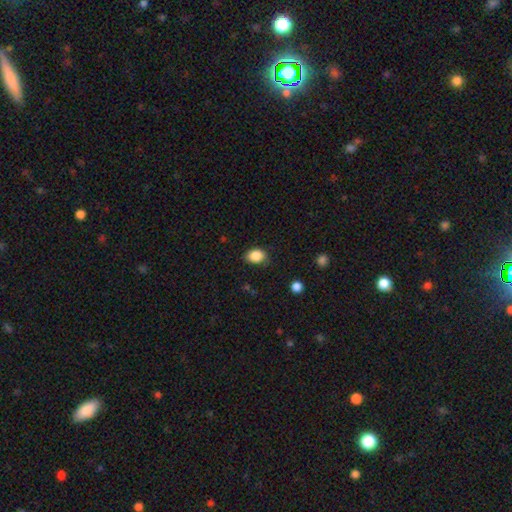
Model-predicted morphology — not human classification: type=smooth (87%); roundness=in between (68%); merging=none (77%).